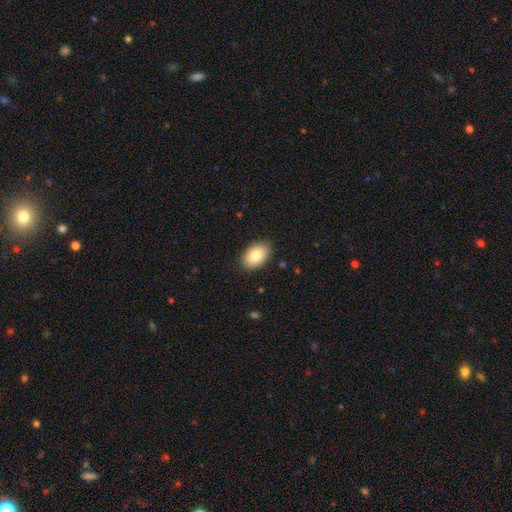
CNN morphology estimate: The model was most divided on "smooth or featured": smooth: 84%, featured or disk: 9%, star or artifact: 7%. More confident: how rounded — in between (91%); merging — none (88%).